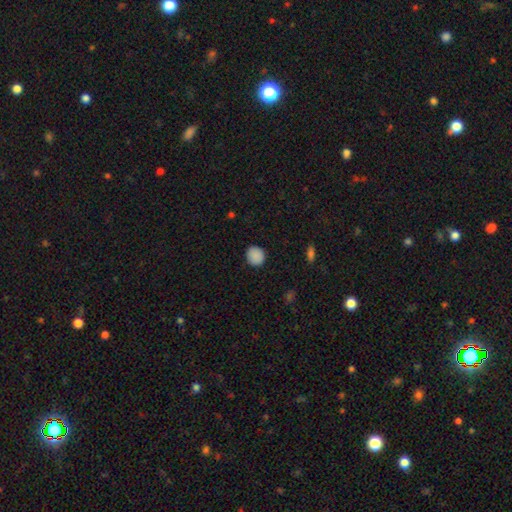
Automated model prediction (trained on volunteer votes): smooth_or_featured: smooth (p=0.89) [alt: star or artifact p=0.08]
how_rounded: round (p=0.85) [alt: in between p=0.14]
merging: none (p=0.88) [alt: minor disturbance p=0.09]